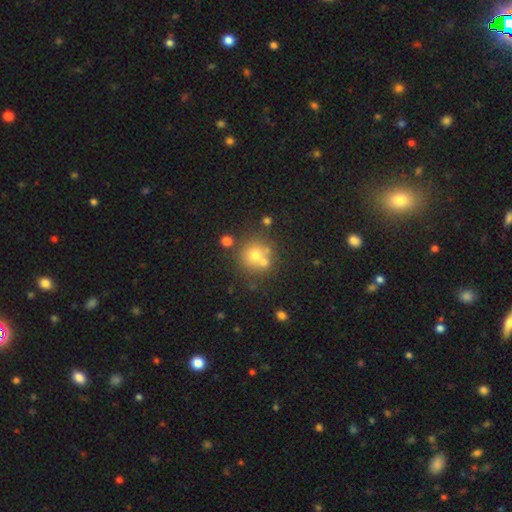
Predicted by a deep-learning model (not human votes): smooth_or_featured: smooth (p=0.65) [alt: featured or disk p=0.19]
how_rounded: round (p=0.90) [alt: in between p=0.09]
merging: none (p=0.59) [alt: merger p=0.28]